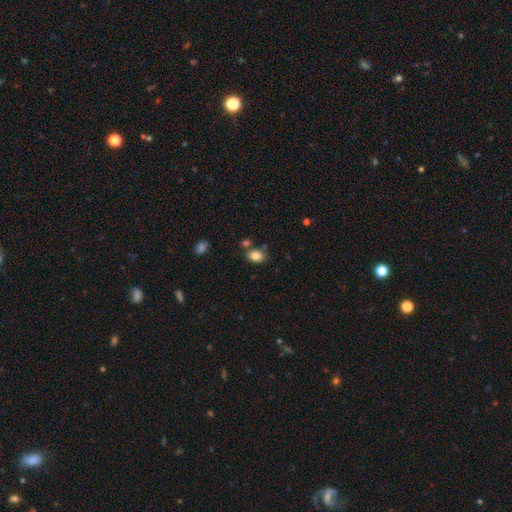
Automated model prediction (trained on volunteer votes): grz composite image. It shows a smooth galaxy with no disk features (83%) that is in between round and cigar-shaped (74%). Merging: none (73%).